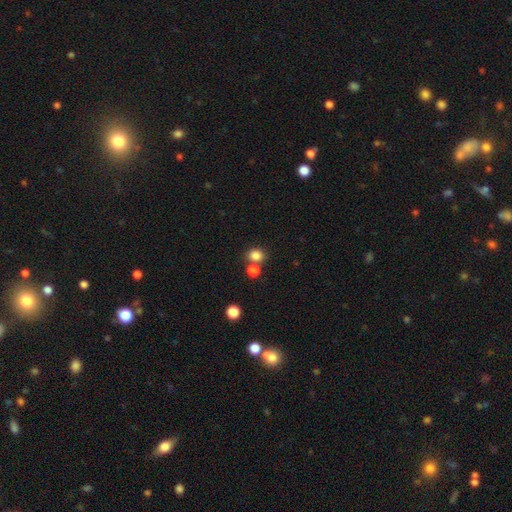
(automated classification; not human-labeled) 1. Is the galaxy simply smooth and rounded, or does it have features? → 83% smooth, 12% star or artifact, 5% featured or disk.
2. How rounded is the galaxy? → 68% round, 31% in between, 1% cigar-shaped.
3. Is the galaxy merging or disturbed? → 63% none, 24% merger, 9% minor disturbance, 3% major disturbance.